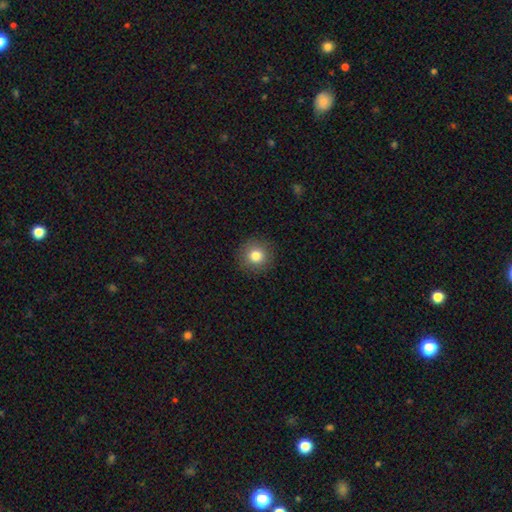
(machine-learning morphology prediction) Smooth or featured? Predicted: smooth (p=0.81). How rounded? Predicted: round (p=0.94). Merging? Predicted: none (p=0.91).